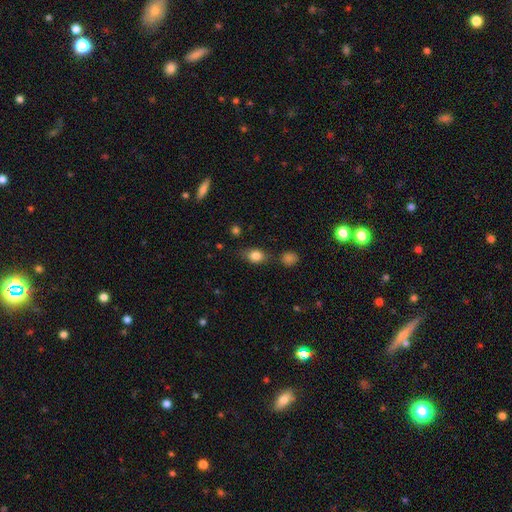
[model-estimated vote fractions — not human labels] Morphology: type=smooth (82%); roundness=in between (66%); merging=none (70%).